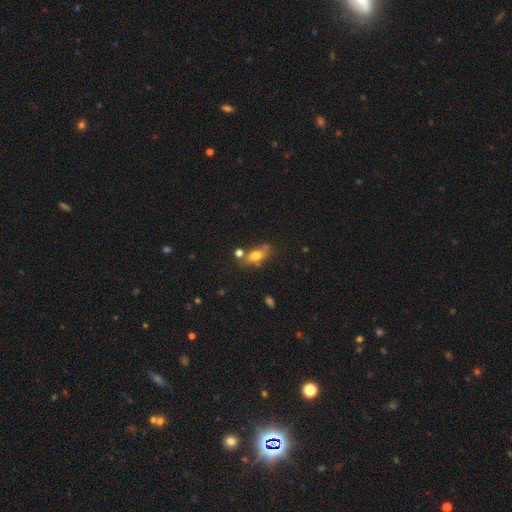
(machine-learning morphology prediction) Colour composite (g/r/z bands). It shows a smooth galaxy with no disk features (68%) that is in between round and cigar-shaped (73%). Merging: none (50%).